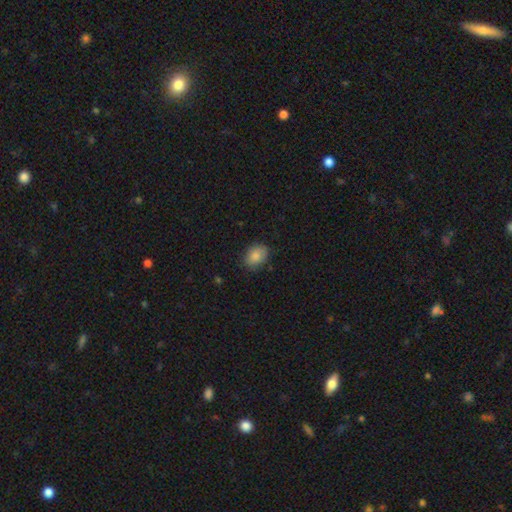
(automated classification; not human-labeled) smooth-or-featured: smooth: 86% | star or artifact: 8% | featured or disk: 7%
  how-rounded: in between: 67% | round: 32% | cigar-shaped: 1%
  merging: none: 80% | minor disturbance: 16% | major disturbance: 3% | merger: 1%